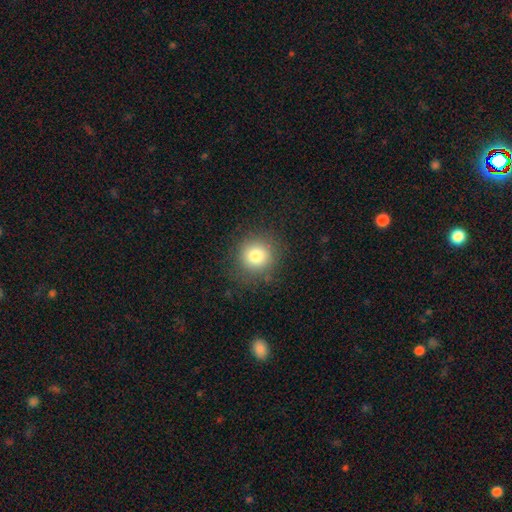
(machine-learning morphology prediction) Smooth or featured? smooth (79%)
How rounded? round (92%)
Merging? none (85%)